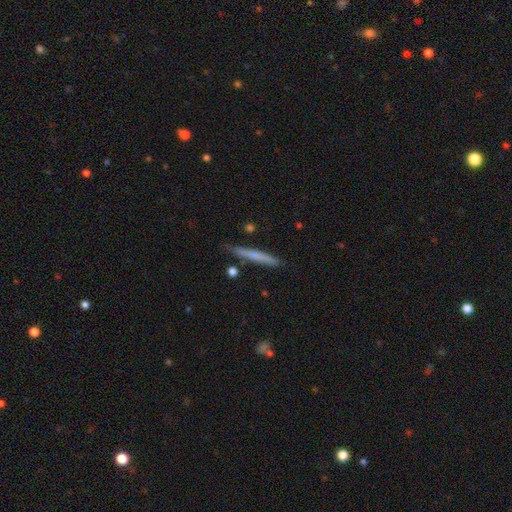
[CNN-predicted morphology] type=smooth (54%); roundness=cigar-shaped (96%); merging=none (85%).